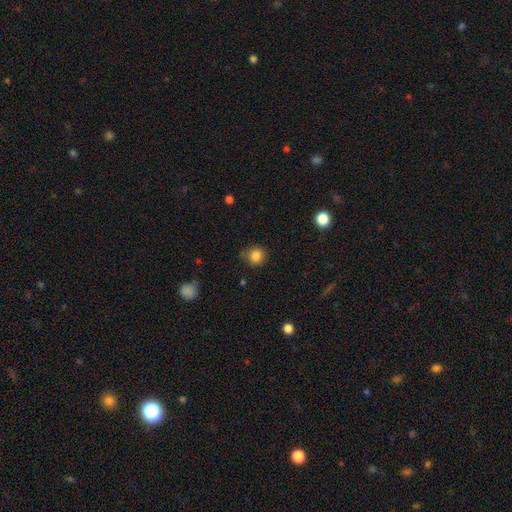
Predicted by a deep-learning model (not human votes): This is clearly a smooth galaxy (85%). How rounded: clearly round (90%). Merging: clearly none (81%).